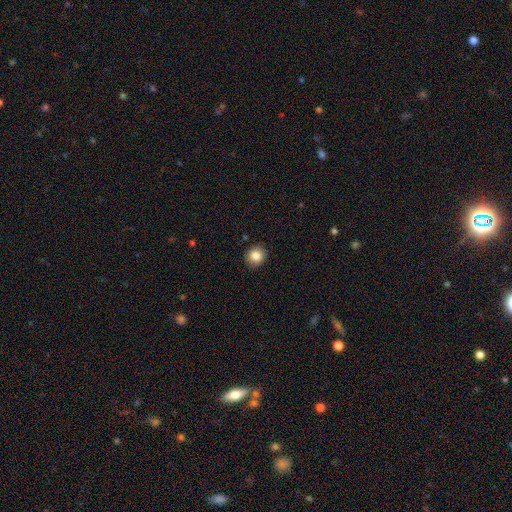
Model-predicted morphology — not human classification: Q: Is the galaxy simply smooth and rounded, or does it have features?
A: smooth — 85%.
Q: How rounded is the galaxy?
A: round — 82%.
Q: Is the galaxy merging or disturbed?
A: none — 90%.